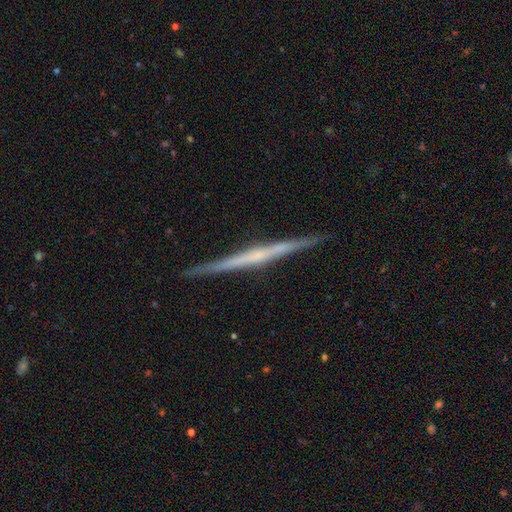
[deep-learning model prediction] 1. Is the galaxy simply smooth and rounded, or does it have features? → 76% featured or disk, 19% smooth, 5% star or artifact.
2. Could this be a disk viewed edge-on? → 98% yes, 2% no.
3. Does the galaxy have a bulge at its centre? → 60% none, 29% rounded, 11% boxy.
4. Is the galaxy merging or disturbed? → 92% none, 6% minor disturbance, 1% major disturbance, 1% merger.